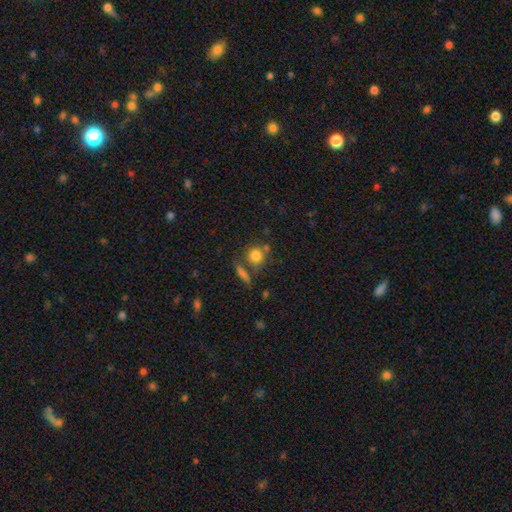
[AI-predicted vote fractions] Smooth or featured?
  - smooth: 80% *
  - star or artifact: 11%
  - featured or disk: 9%
How rounded?
  - round: 82% *
  - in between: 16%
  - cigar-shaped: 2%
Merging?
  - none: 63% *
  - merger: 20%
  - minor disturbance: 12%
  - major disturbance: 5%